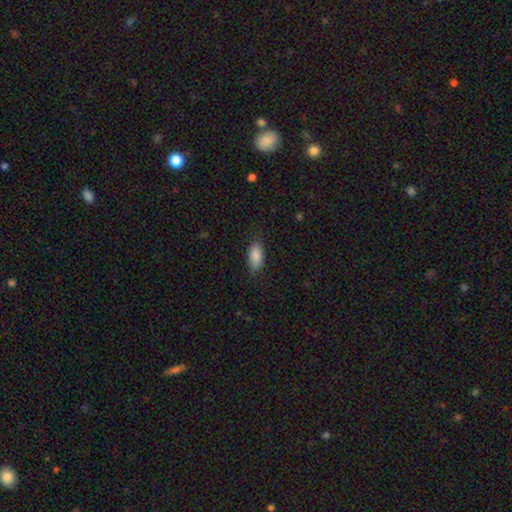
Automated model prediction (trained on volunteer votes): Morphology: type=smooth (88%); roundness=in between (90%); merging=none (83%).